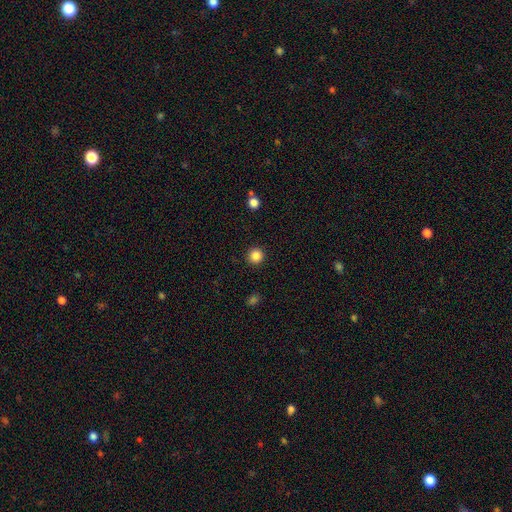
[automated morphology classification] Smooth or featured?
  - smooth: 85% *
  - star or artifact: 11%
  - featured or disk: 4%
How rounded?
  - round: 94% *
  - in between: 5%
  - cigar-shaped: 1%
Merging?
  - none: 92% *
  - minor disturbance: 5%
  - major disturbance: 2%
  - merger: 1%